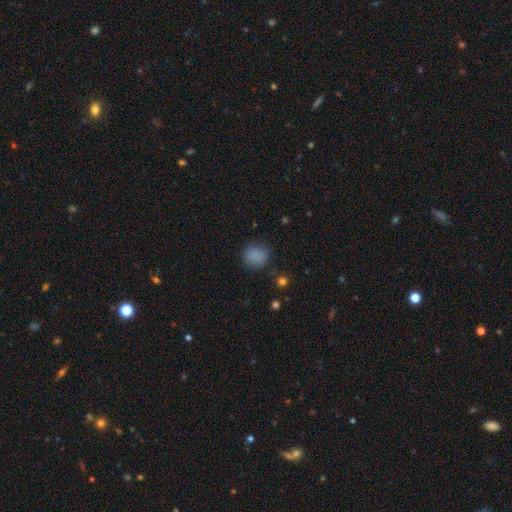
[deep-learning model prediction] smooth-or-featured: smooth: 83% | star or artifact: 12% | featured or disk: 6%
  how-rounded: round: 84% | in between: 15% | cigar-shaped: 1%
  merging: none: 79% | minor disturbance: 15% | major disturbance: 5% | merger: 2%